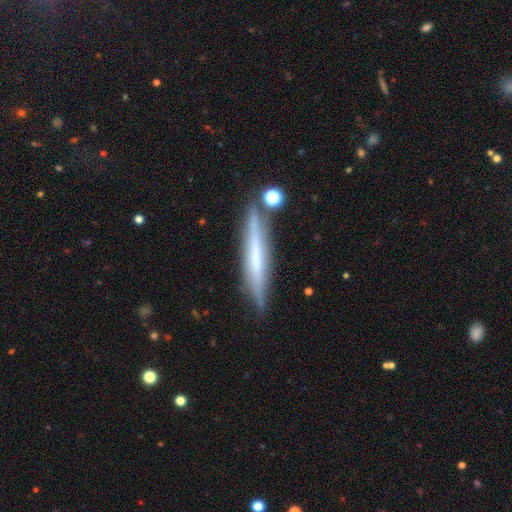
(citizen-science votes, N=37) This is likely a featured or disk galaxy (76%). It is clearly viewed edge-on (96%). Edge-on bulge: likely none (70%). Merging: likely none (74%).